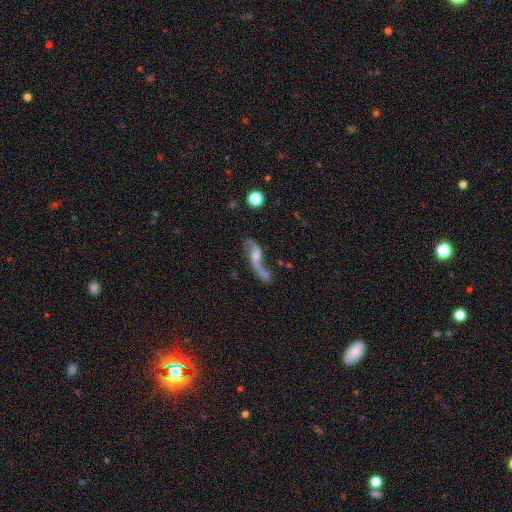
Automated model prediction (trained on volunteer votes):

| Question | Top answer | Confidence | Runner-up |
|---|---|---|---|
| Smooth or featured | featured or disk | 70% | smooth (20%) |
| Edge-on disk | no | 86% | yes (14%) |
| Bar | no | 57% | weak (33%) |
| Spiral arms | yes | 80% | no (20%) |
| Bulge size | small | 39% | moderate (33%) |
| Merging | none | 31% | merger (27%) |